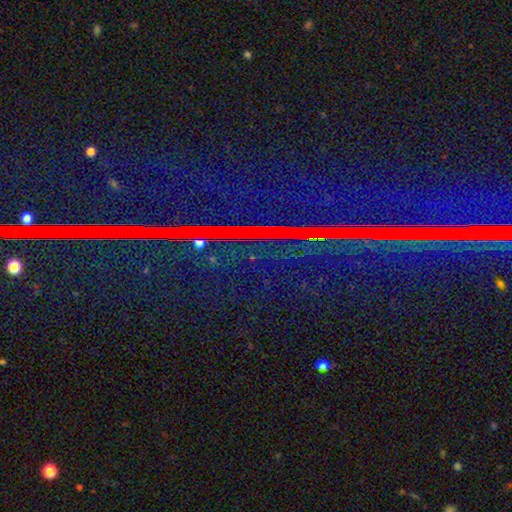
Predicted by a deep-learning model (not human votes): A star or artifact, not a galaxy (87%).